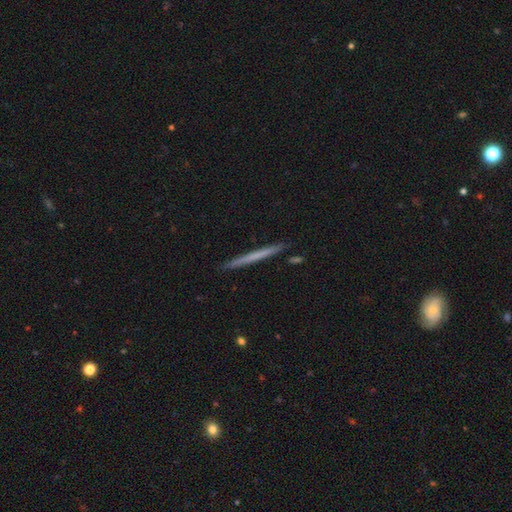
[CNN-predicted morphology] Smooth or featured?
  - smooth: 51% *
  - featured or disk: 44%
  - star or artifact: 5%
How rounded?
  - cigar-shaped: 97% *
  - in between: 2%
  - round: 1%
Merging?
  - none: 91% *
  - minor disturbance: 6%
  - merger: 1%
  - major disturbance: 1%